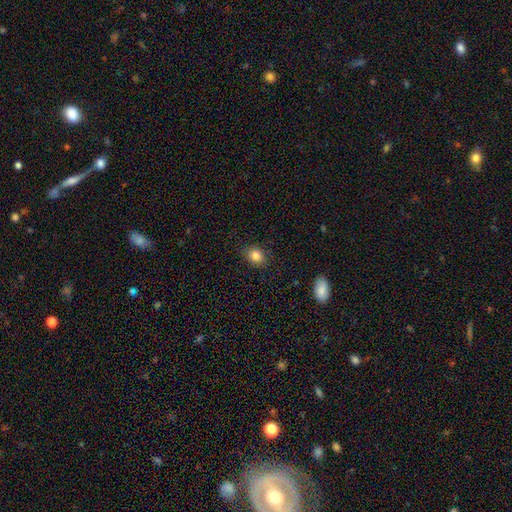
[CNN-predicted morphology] Q: Smooth or featured?
A: smooth (84%); runner-up: star or artifact (10%)
Q: How rounded?
A: round (53%); runner-up: in between (46%)
Q: Merging?
A: none (86%); runner-up: minor disturbance (10%)